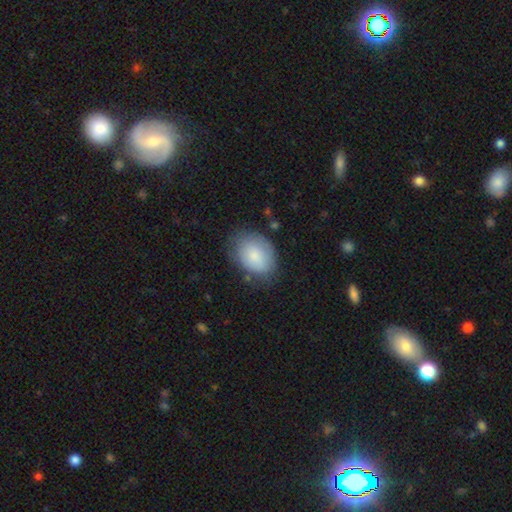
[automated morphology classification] type=smooth (80%); roundness=in between (75%); merging=none (69%).